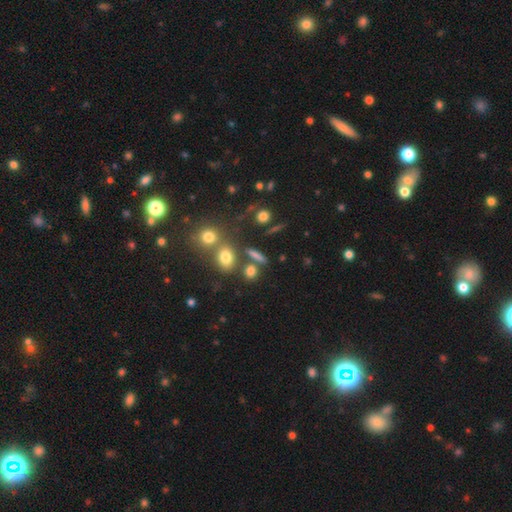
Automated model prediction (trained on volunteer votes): A smooth galaxy with no disk features (63%) that is in between round and cigar-shaped (40%). Merging: none (67%).